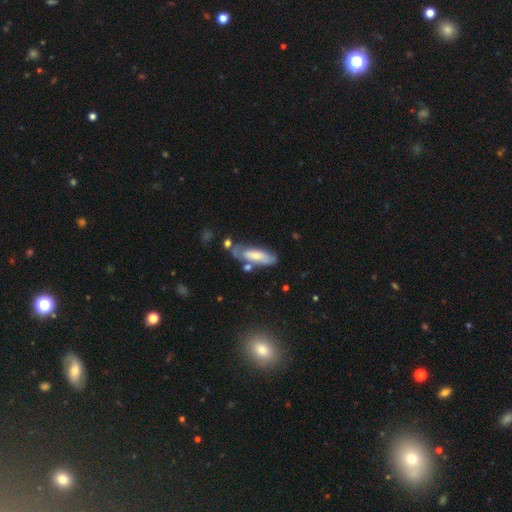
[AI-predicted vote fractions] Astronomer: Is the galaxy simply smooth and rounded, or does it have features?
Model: featured or disk — 49% (runner-up: smooth, 45%).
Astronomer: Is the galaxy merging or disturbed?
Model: none — 56%.